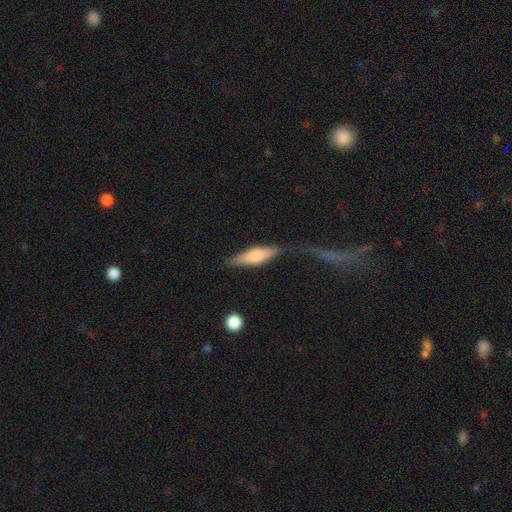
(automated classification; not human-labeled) Q: Smooth or featured?
A: smooth (63%); runner-up: featured or disk (30%)
Q: How rounded?
A: cigar-shaped (53%); runner-up: in between (44%)
Q: Merging?
A: none (57%); runner-up: minor disturbance (24%)